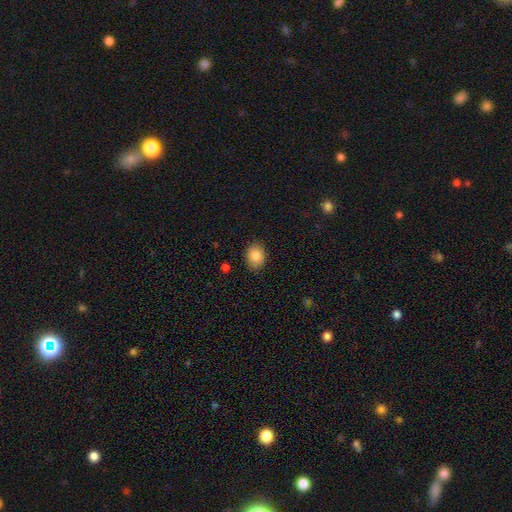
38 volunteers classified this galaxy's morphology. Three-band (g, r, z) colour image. It shows a smooth galaxy with no disk features (87%) that is in between round and cigar-shaped (58%). Merging: none (91%).